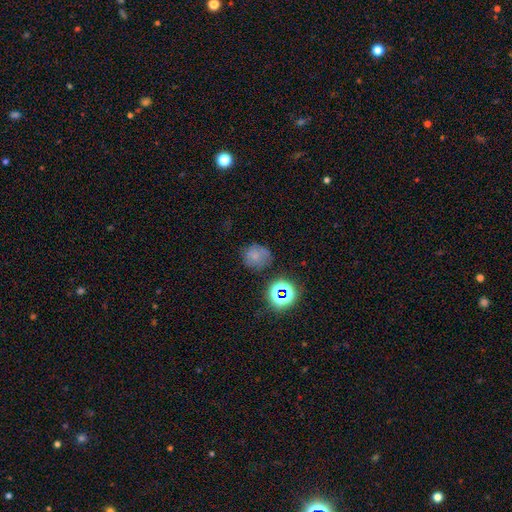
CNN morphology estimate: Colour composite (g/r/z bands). It shows a smooth galaxy with no disk features (64%) that is round (73%). Merging: none (66%).